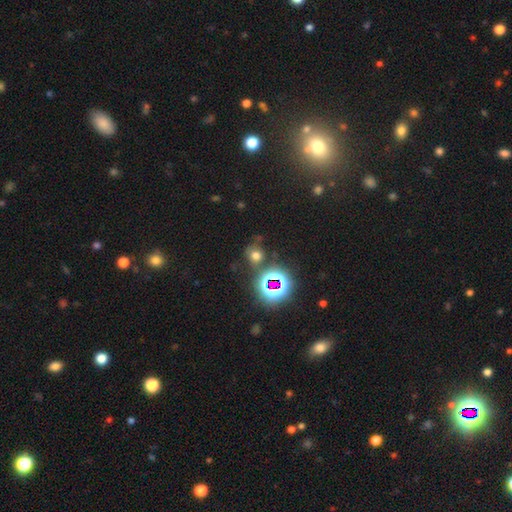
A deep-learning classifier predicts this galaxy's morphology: Q: Smooth or featured?
A: smooth (56%); runner-up: star or artifact (34%)
Q: How rounded?
A: round (77%); runner-up: in between (22%)
Q: Merging?
A: none (68%); runner-up: minor disturbance (14%)